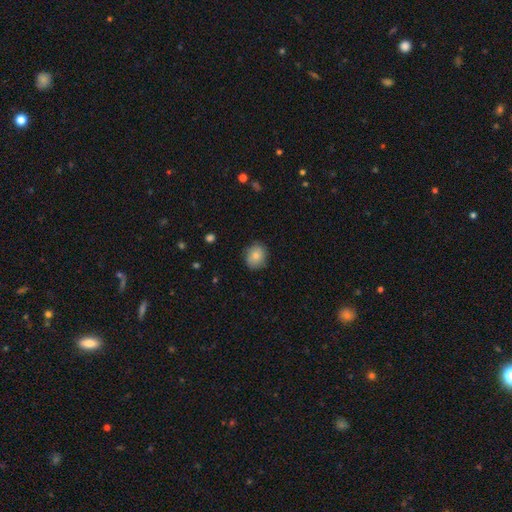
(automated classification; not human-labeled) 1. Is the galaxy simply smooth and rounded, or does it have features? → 83% smooth, 9% featured or disk, 8% star or artifact.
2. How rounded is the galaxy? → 67% round, 32% in between, 1% cigar-shaped.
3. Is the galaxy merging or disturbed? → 84% none, 13% minor disturbance, 3% major disturbance, 1% merger.